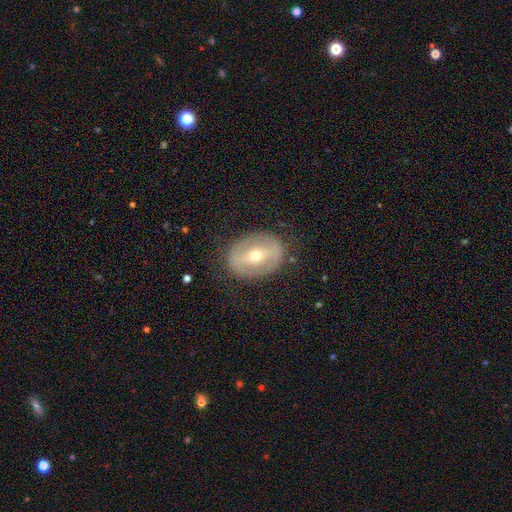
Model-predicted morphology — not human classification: Smooth or featured? Predicted: featured or disk (p=0.67). Edge-on disk? Predicted: no (p=0.92). Bar? Predicted: strong (p=0.51). Spiral arms? Predicted: no (p=0.70). Bulge size? Predicted: moderate (p=0.51). Merging? Predicted: none (p=0.81).